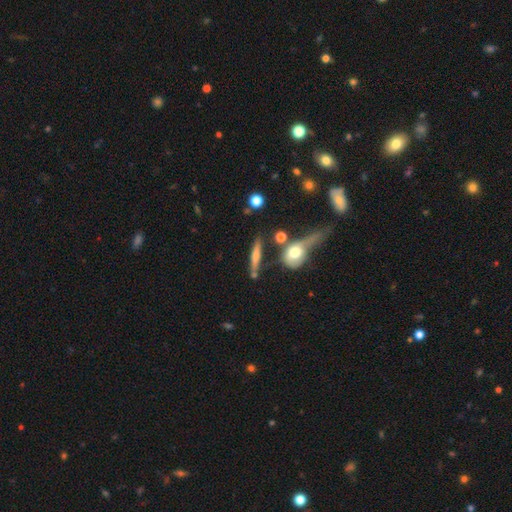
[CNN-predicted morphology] Smooth or featured? Predicted: smooth (p=0.51). How rounded? Predicted: cigar-shaped (p=0.78). Merging? Predicted: none (p=0.63).